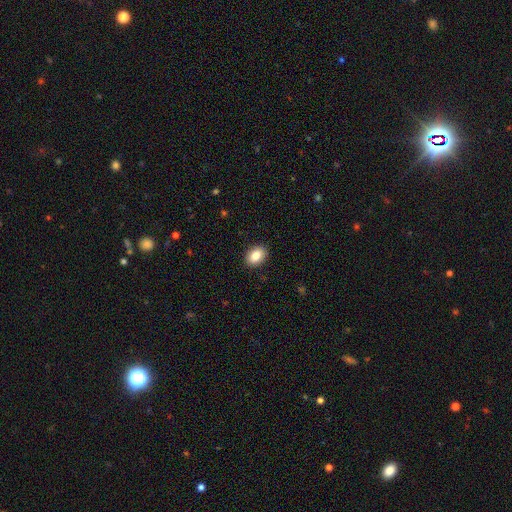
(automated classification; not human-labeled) The model was most divided on "how rounded": in between: 82%, round: 17%, cigar-shaped: 1%. More confident: merging — none (90%); smooth or featured — smooth (84%).